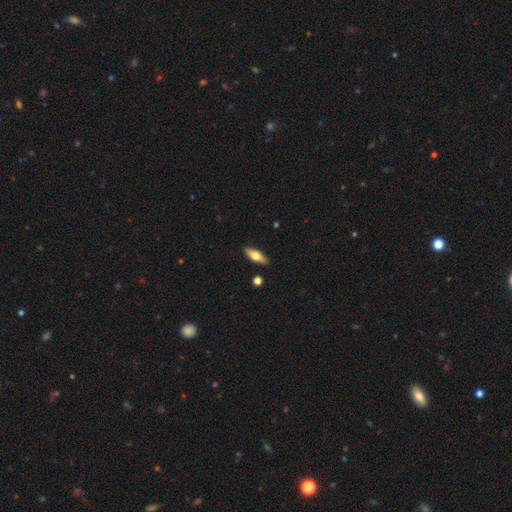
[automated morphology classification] This appears to be a smooth galaxy with no disk features (58%) that is in between round and cigar-shaped (59%). Merging: none (88%).